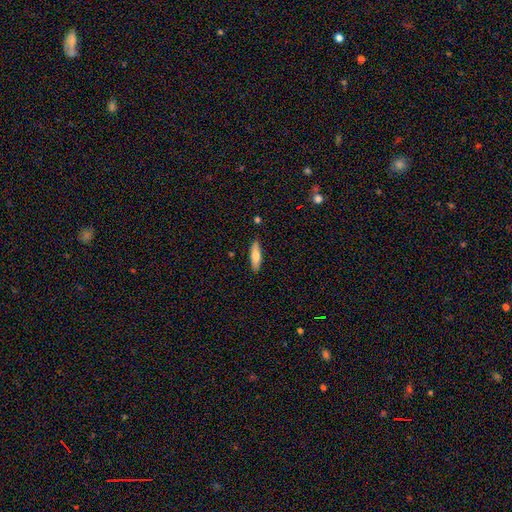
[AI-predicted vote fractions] Smooth or featured? smooth (69%)
How rounded? cigar-shaped (55%)
Merging? none (89%)